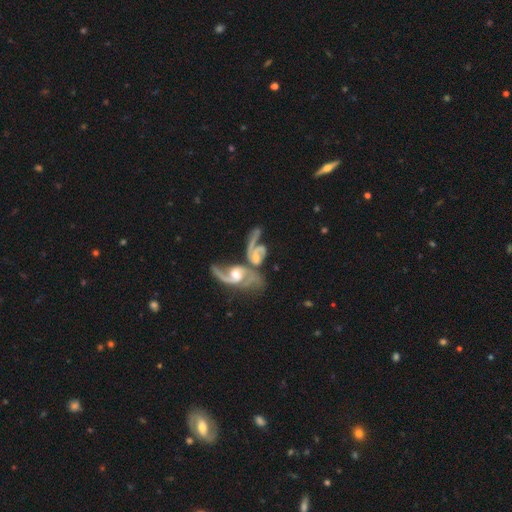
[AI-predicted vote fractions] Smooth or featured: featured or disk — 85% (smooth — 9%)
Edge-on disk: no — 95% (yes — 5%)
Bar: no — 52% (weak — 36%)
Spiral arms: yes — 94% (no — 6%)
Spiral winding: loose — 49% (medium — 39%)
Spiral arm count: 2 — 79% (can't tell — 7%)
Bulge size: moderate — 56% (small — 31%)
Merging: merger — 61% (none — 17%)